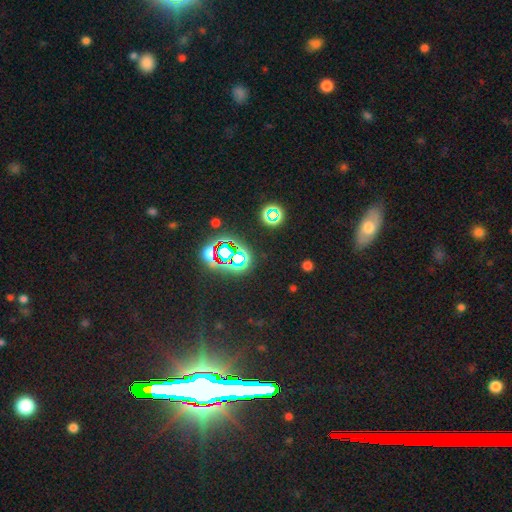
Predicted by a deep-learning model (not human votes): Morphology: type=star or artifact (72%).